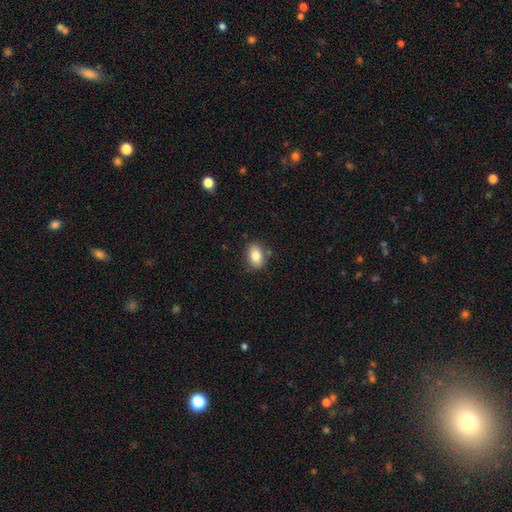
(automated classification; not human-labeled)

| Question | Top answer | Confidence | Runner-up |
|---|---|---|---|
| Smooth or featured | smooth | 84% | featured or disk (8%) |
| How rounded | in between | 83% | round (15%) |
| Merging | none | 82% | minor disturbance (12%) |